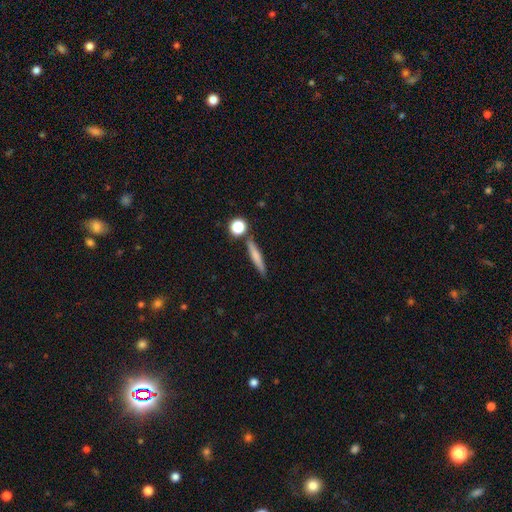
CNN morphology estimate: This is likely a smooth galaxy (65%). How rounded: clearly cigar-shaped (87%). Merging: likely none (79%).